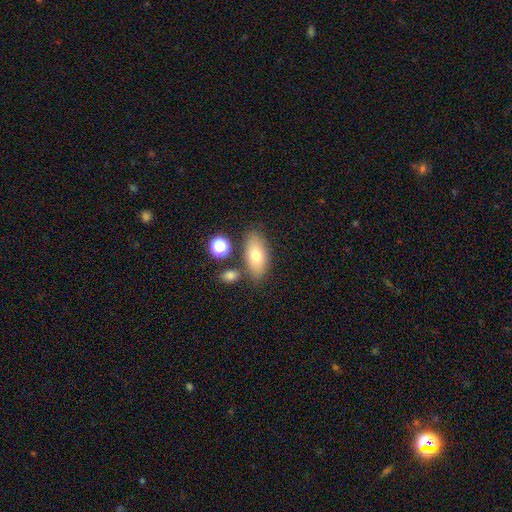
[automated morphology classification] smooth-or-featured: smooth: 73% | featured or disk: 18% | star or artifact: 9%
  how-rounded: in between: 84% | cigar-shaped: 10% | round: 6%
  merging: none: 76% | minor disturbance: 12% | merger: 8% | major disturbance: 4%